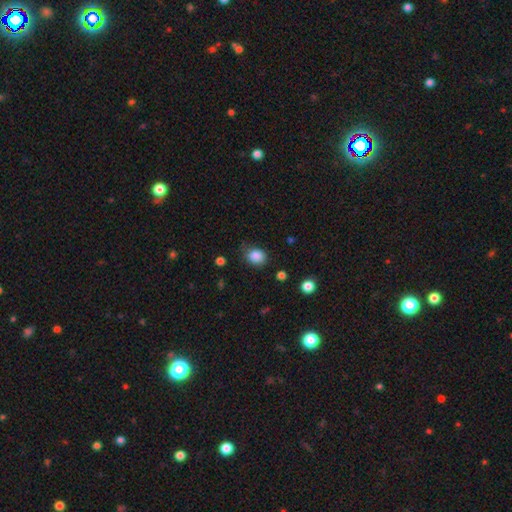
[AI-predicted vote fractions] Smooth or featured? Predicted: smooth (p=0.86). How rounded? Predicted: round (p=0.55). Merging? Predicted: none (p=0.68).